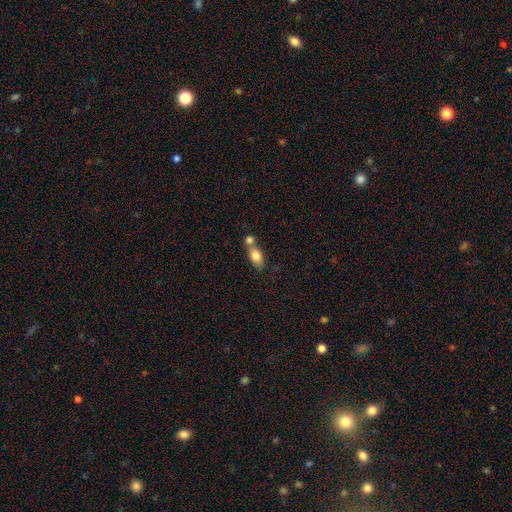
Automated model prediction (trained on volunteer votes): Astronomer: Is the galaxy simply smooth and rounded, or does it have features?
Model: smooth — 80%.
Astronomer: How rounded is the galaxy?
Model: in between — 83%.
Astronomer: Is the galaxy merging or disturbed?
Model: merger — 52% (runner-up: none, 34%).